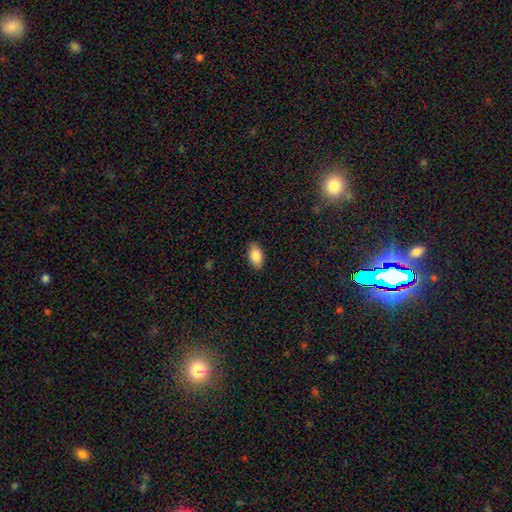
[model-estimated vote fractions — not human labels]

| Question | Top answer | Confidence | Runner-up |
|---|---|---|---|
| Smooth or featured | smooth | 85% | featured or disk (8%) |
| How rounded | in between | 93% | round (4%) |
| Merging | none | 88% | minor disturbance (9%) |